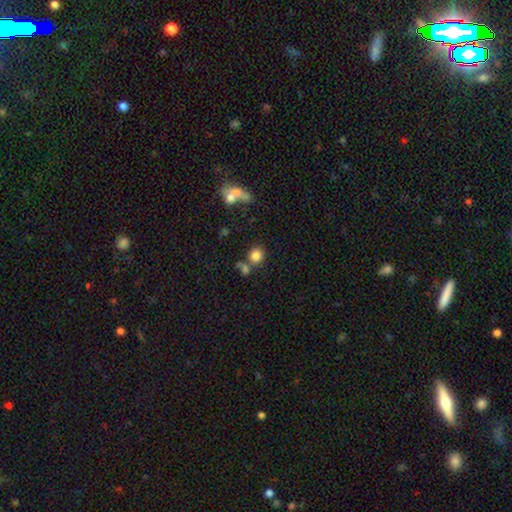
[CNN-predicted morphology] smooth_or_featured: smooth (p=0.81) [alt: star or artifact p=0.11]
how_rounded: round (p=0.86) [alt: in between p=0.13]
merging: none (p=0.67) [alt: merger p=0.20]